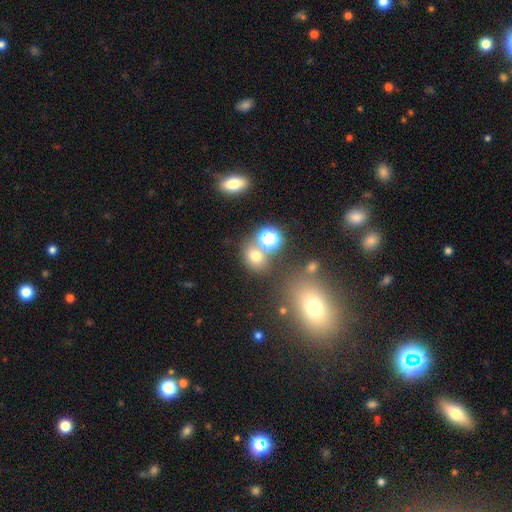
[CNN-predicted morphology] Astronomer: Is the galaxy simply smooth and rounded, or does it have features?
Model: smooth — 66%.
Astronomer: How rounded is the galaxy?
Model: round — 61% (runner-up: in between, 37%).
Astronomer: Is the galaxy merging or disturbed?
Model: none — 64%.